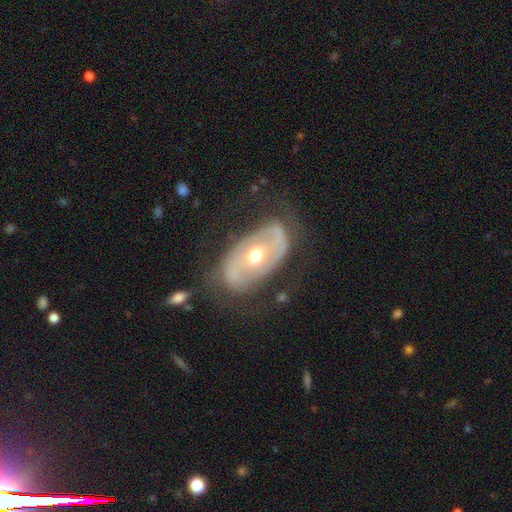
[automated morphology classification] smooth_or_featured: featured or disk (p=0.74) [alt: smooth p=0.20]
disk_edge_on: no (p=0.93) [alt: yes p=0.07]
bar: no (p=0.63) [alt: weak p=0.22]
has_spiral_arms: yes (p=0.58) [alt: no p=0.42]
bulge_size: moderate (p=0.70) [alt: small p=0.22]
merging: none (p=0.69) [alt: minor disturbance p=0.18]